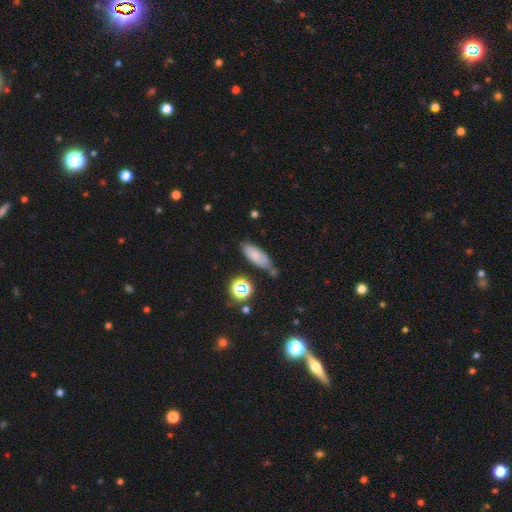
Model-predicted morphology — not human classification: Smooth or featured?
  - smooth: 75% *
  - featured or disk: 13%
  - star or artifact: 12%
How rounded?
  - in between: 71% *
  - cigar-shaped: 25%
  - round: 4%
Merging?
  - none: 55% *
  - minor disturbance: 27%
  - merger: 12%
  - major disturbance: 7%